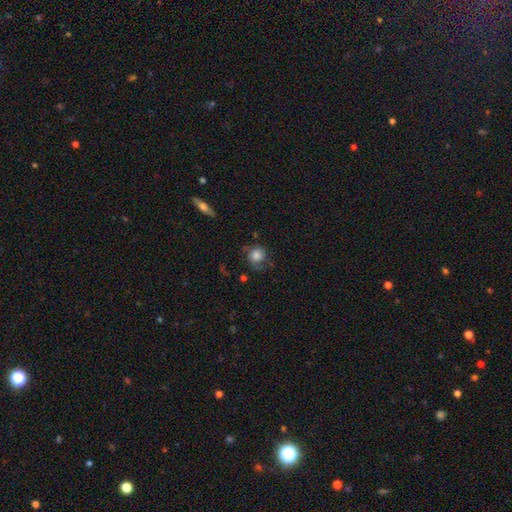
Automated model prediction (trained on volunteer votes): smooth 71%, featured or disk 20%, star or artifact 9%. Down the decision tree: how rounded — round (84%); merging — none (53%).